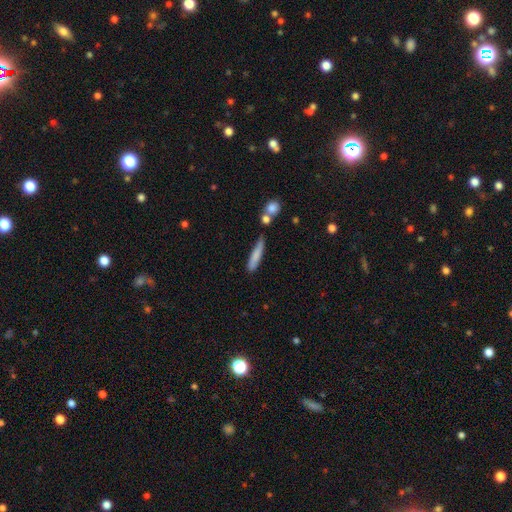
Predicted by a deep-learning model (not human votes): Smooth or featured: smooth — 77% (featured or disk — 16%)
How rounded: cigar-shaped — 87% (in between — 11%)
Merging: none — 64% (minor disturbance — 20%)